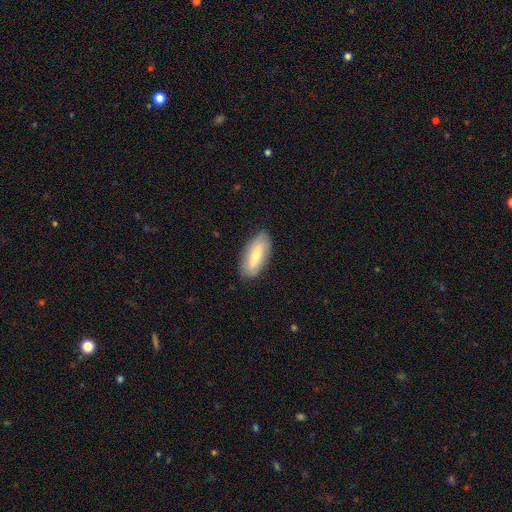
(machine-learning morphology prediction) smooth 61%, featured or disk 32%, star or artifact 6%. Down the decision tree: how rounded — in between (83%); merging — none (84%).